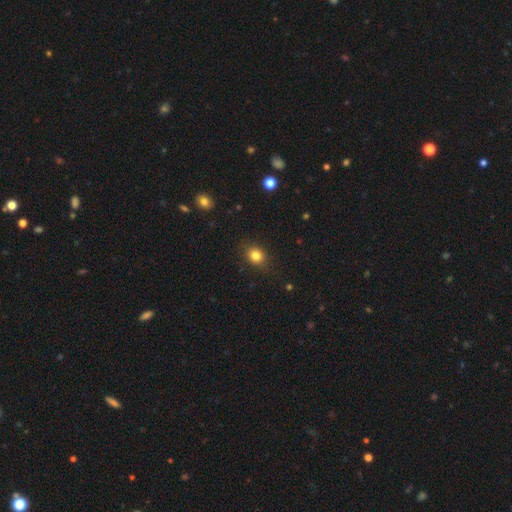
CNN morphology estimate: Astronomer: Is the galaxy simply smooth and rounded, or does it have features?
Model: smooth — 83%.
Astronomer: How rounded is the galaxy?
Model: round — 54% (runner-up: in between, 45%).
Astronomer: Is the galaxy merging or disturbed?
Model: none — 84%.